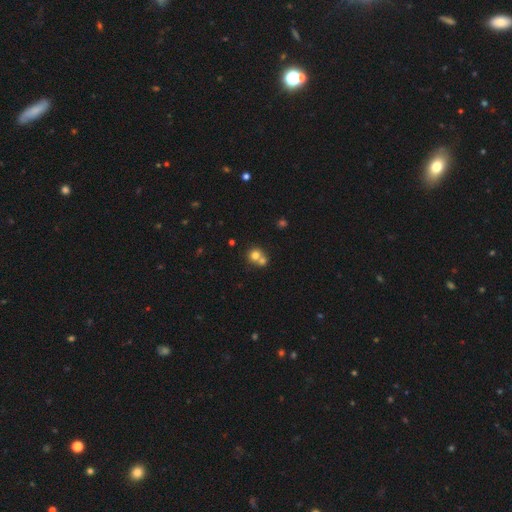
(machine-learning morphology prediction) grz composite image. It shows a smooth galaxy with no disk features (73%) that is round (84%). Merging: merger (55%).